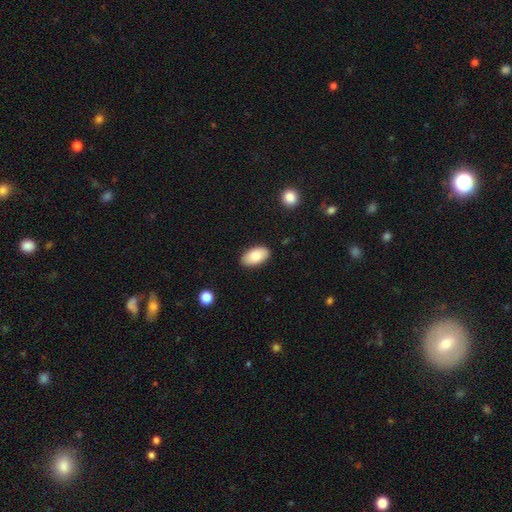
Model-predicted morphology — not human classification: smooth 84%, featured or disk 9%, star or artifact 6%. Down the decision tree: how rounded — in between (95%); merging — none (87%).